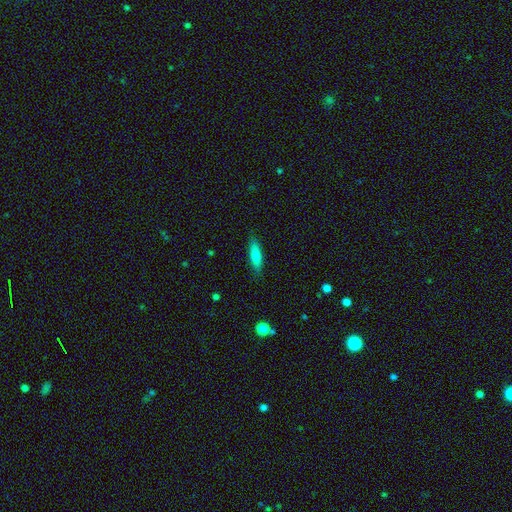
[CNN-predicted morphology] smooth 81%, featured or disk 12%, star or artifact 6%. Down the decision tree: how rounded — cigar-shaped (68%); merging — none (86%).